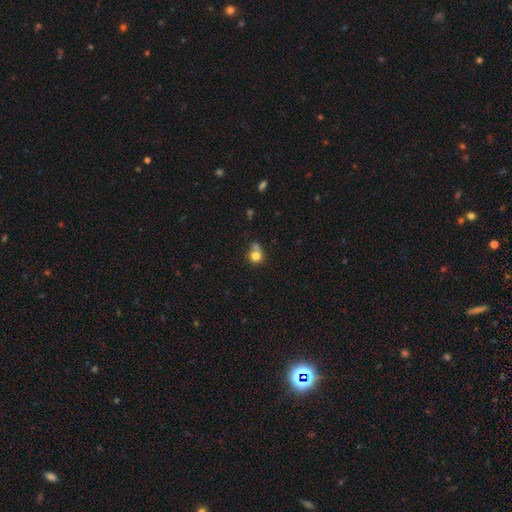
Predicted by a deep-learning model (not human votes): A smooth galaxy with no disk features (79%) that is round (82%).

Vote fractions:
- Smooth or featured? smooth: 79% / star or artifact: 11% / featured or disk: 10%
- How rounded? round: 82% / in between: 17% / cigar-shaped: 1%
- Merging? none: 47% / minor disturbance: 24% / merger: 18% / major disturbance: 11%